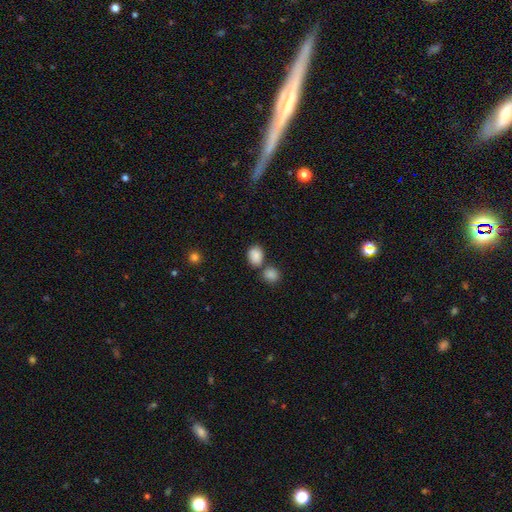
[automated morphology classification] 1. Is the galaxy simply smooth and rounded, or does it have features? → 86% smooth, 9% star or artifact, 5% featured or disk.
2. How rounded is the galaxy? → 60% in between, 39% round, 1% cigar-shaped.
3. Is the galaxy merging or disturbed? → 58% none, 26% merger, 12% minor disturbance, 4% major disturbance.